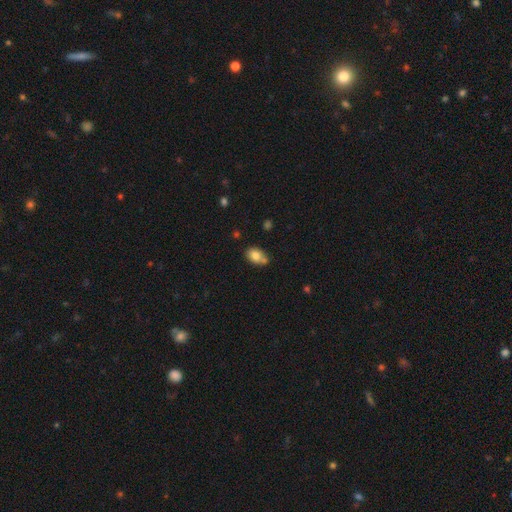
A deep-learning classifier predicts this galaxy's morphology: A smooth galaxy with no disk features (80%) that is in between round and cigar-shaped (79%). Merging: none (55%).